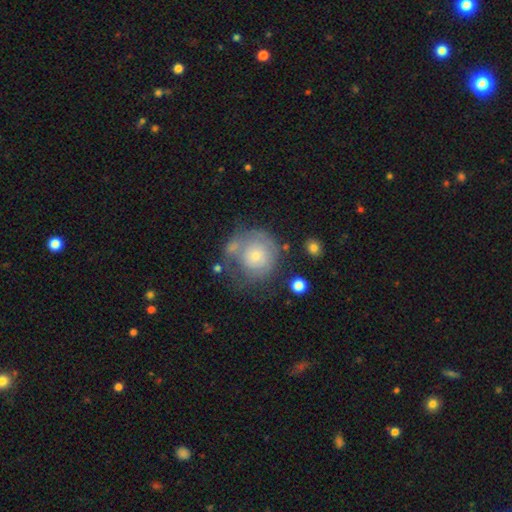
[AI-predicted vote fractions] Q: Smooth or featured?
A: smooth (48%); runner-up: featured or disk (45%)
Q: Merging?
A: none (47%); runner-up: minor disturbance (22%)